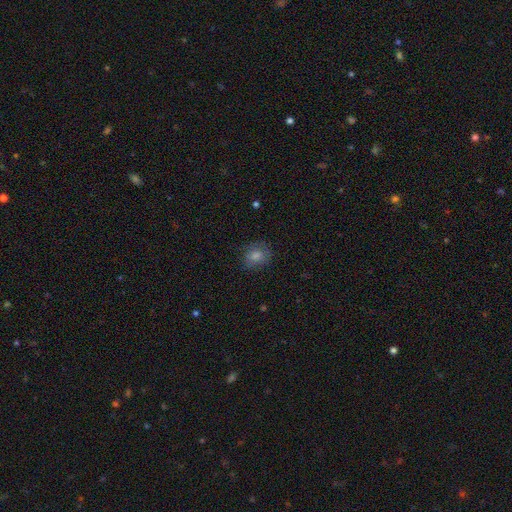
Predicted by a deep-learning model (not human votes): Q: Smooth or featured?
A: smooth (70%); runner-up: star or artifact (17%)
Q: How rounded?
A: round (67%); runner-up: in between (32%)
Q: Merging?
A: none (79%); runner-up: minor disturbance (16%)